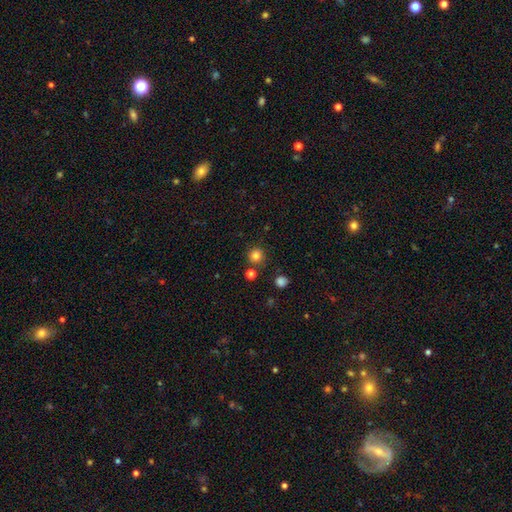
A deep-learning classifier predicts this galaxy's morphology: smooth-or-featured: smooth: 81% | star or artifact: 14% | featured or disk: 5%
  how-rounded: round: 93% | in between: 6% | cigar-shaped: 1%
  merging: none: 84% | minor disturbance: 8% | merger: 6% | major disturbance: 3%